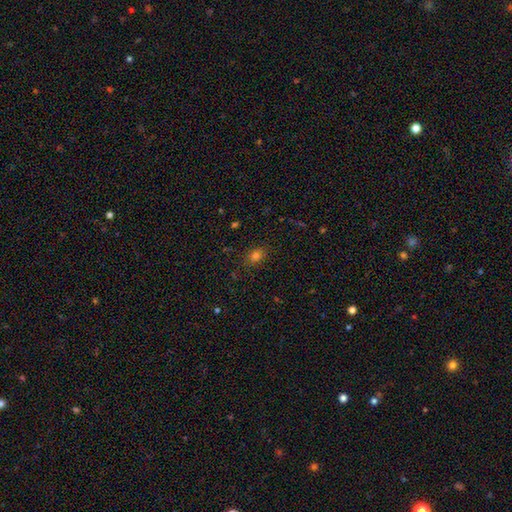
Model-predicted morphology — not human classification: smooth_or_featured: smooth (p=0.76) [alt: star or artifact p=0.18]
how_rounded: in between (p=0.65) [alt: round p=0.33]
merging: none (p=0.83) [alt: minor disturbance p=0.12]